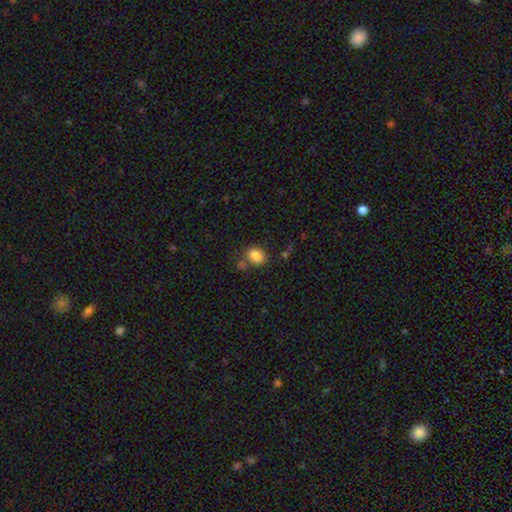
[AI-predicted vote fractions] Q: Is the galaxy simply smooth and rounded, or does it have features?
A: smooth — 84%.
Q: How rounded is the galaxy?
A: in between — 50%.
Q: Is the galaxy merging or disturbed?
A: none — 62%.